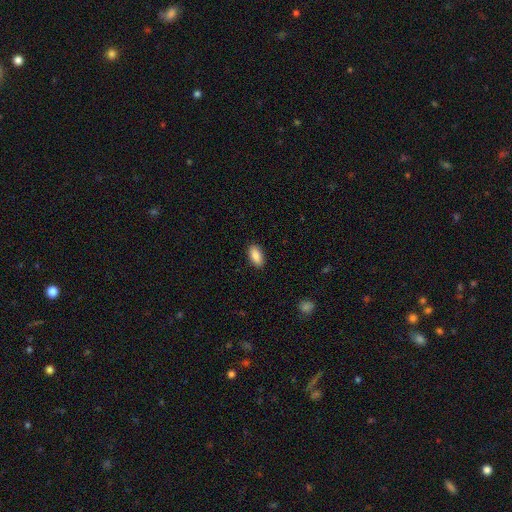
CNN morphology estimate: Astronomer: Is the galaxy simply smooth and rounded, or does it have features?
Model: smooth — 88%.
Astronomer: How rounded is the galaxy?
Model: in between — 92%.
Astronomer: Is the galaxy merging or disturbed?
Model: none — 89%.